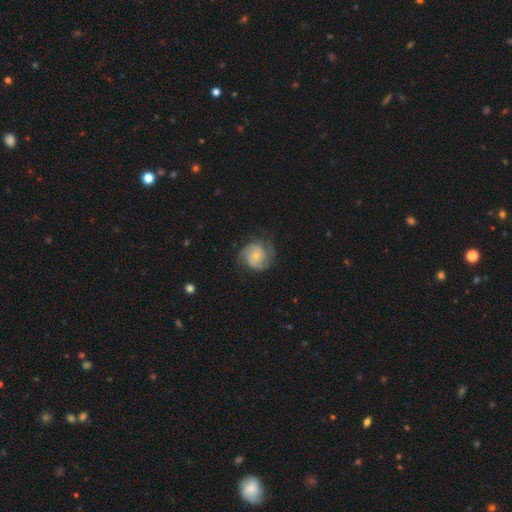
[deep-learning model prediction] Smooth or featured? Predicted: featured or disk (p=0.70). Edge-on disk? Predicted: no (p=0.98). Bar? Predicted: no (p=0.72). Spiral arms? Predicted: yes (p=0.92). Spiral winding? Predicted: medium (p=0.42, tied with tight). Spiral arm count? Predicted: 2 (p=0.60). Bulge size? Predicted: small (p=0.62). Merging? Predicted: none (p=0.67).